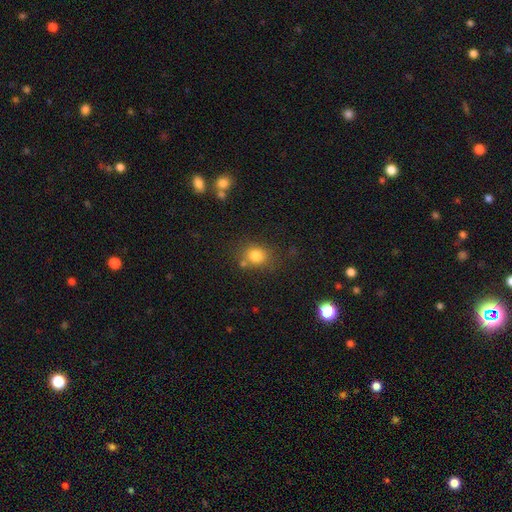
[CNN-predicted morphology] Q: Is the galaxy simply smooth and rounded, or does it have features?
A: smooth — 80%.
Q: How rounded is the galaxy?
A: round — 68%.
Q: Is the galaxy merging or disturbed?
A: none — 71%.